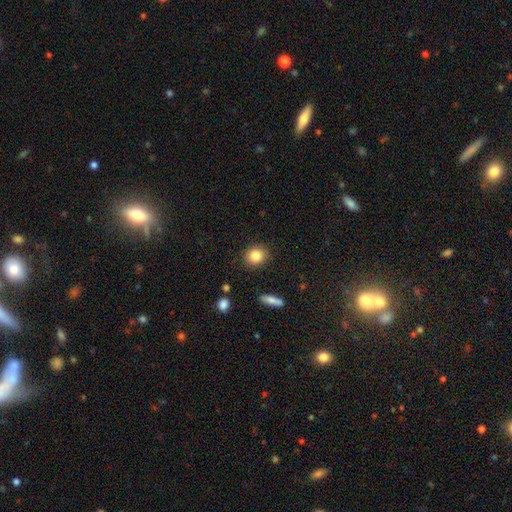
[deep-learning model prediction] A smooth galaxy with no disk features (85%) that is round (74%).

Vote fractions:
- Smooth or featured? smooth: 85% / star or artifact: 9% / featured or disk: 6%
- How rounded? round: 74% / in between: 24% / cigar-shaped: 1%
- Merging? none: 88% / minor disturbance: 8% / major disturbance: 2% / merger: 1%